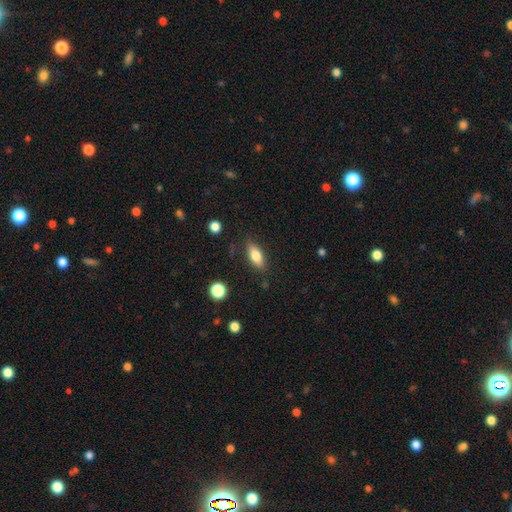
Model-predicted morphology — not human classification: type=smooth (78%); roundness=in between (78%); merging=none (83%).